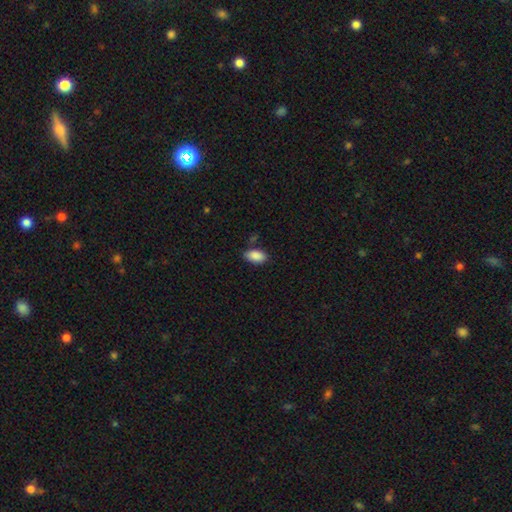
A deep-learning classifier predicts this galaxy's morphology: Smooth or featured?
  - smooth: 89% *
  - star or artifact: 7%
  - featured or disk: 4%
How rounded?
  - in between: 93% *
  - round: 4%
  - cigar-shaped: 2%
Merging?
  - none: 77% *
  - minor disturbance: 15%
  - merger: 4%
  - major disturbance: 3%